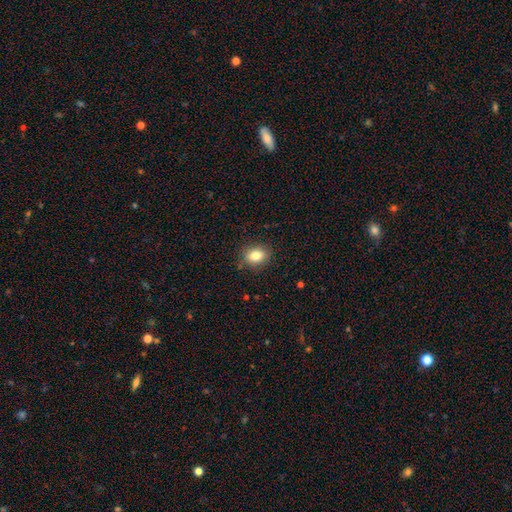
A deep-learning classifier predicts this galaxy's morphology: smooth-or-featured: smooth: 82% | star or artifact: 10% | featured or disk: 8%
  how-rounded: in between: 66% | round: 33% | cigar-shaped: 1%
  merging: none: 85% | minor disturbance: 11% | major disturbance: 3% | merger: 1%